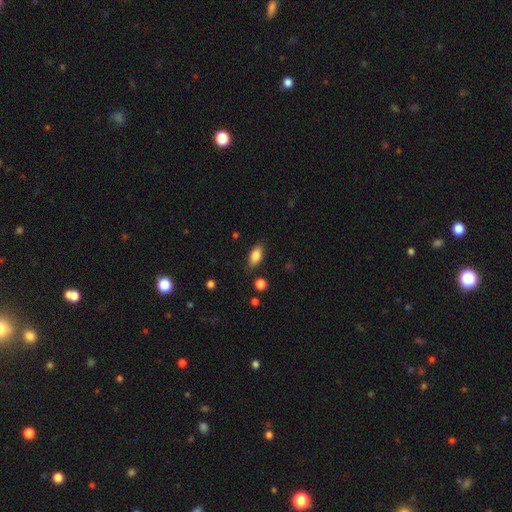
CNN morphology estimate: Q: Smooth or featured?
A: smooth (81%); runner-up: featured or disk (12%)
Q: How rounded?
A: in between (86%); runner-up: cigar-shaped (10%)
Q: Merging?
A: none (82%); runner-up: minor disturbance (14%)